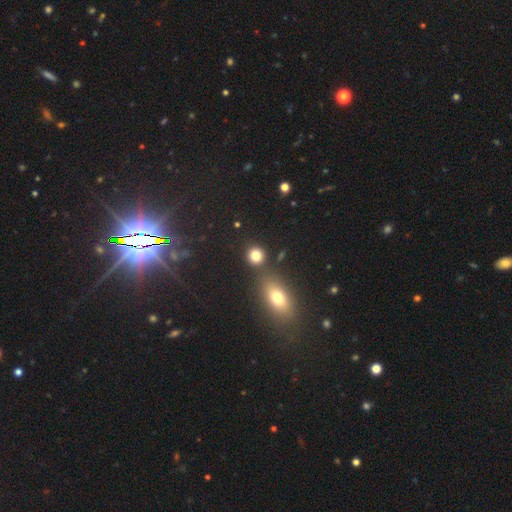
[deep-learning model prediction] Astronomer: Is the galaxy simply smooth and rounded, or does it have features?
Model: smooth — 80%.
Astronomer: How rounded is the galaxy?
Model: round — 85%.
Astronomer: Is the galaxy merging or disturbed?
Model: none — 79%.